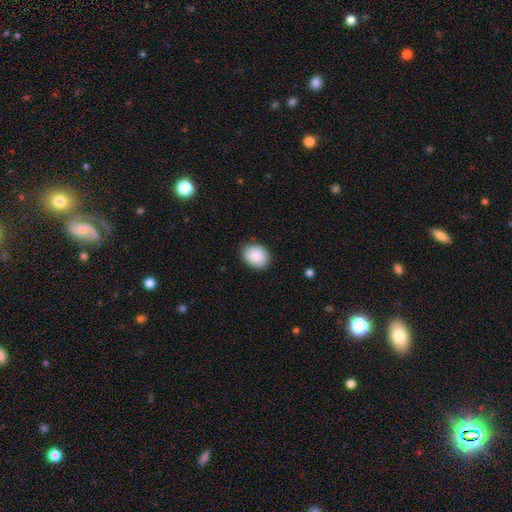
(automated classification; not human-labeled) smooth 89%, star or artifact 7%, featured or disk 4%. Down the decision tree: how rounded — in between (60%); merging — none (87%).